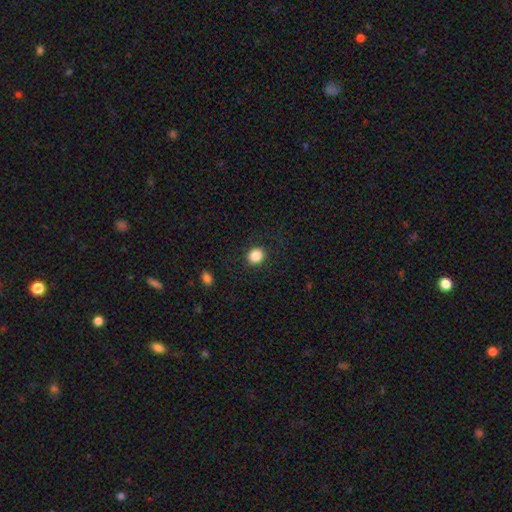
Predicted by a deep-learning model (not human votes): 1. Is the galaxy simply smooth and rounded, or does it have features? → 87% smooth, 10% star or artifact, 4% featured or disk.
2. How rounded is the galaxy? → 82% round, 17% in between, 1% cigar-shaped.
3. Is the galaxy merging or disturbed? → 90% none, 6% minor disturbance, 3% major disturbance, 1% merger.